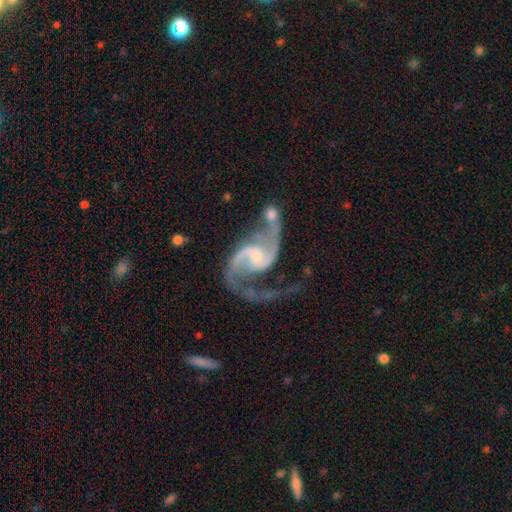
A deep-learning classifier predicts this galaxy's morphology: Smooth or featured: featured or disk — 93% (star or artifact — 4%)
Edge-on disk: no — 98% (yes — 2%)
Bar: weak — 45% (no — 42%)
Spiral arms: yes — 98% (no — 2%)
Spiral winding: loose — 54% (medium — 39%)
Spiral arm count: 2 — 93% (1 — 2%)
Bulge size: small — 55% (moderate — 33%)
Merging: none — 43% (major disturbance — 20%)